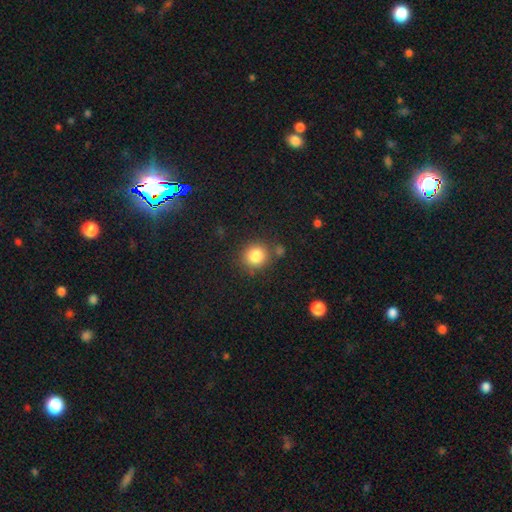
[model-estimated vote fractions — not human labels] This appears to be a smooth galaxy with no disk features (84%) that is round (90%). Merging: none (81%).